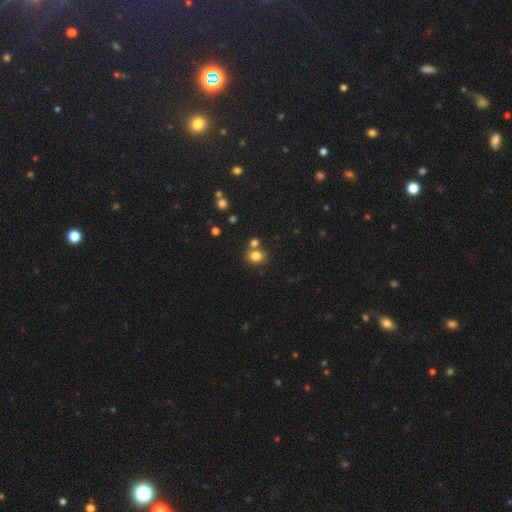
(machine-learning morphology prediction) smooth_or_featured: smooth (p=0.80) [alt: star or artifact p=0.13]
how_rounded: round (p=0.62) [alt: in between p=0.37]
merging: none (p=0.61) [alt: merger p=0.25]